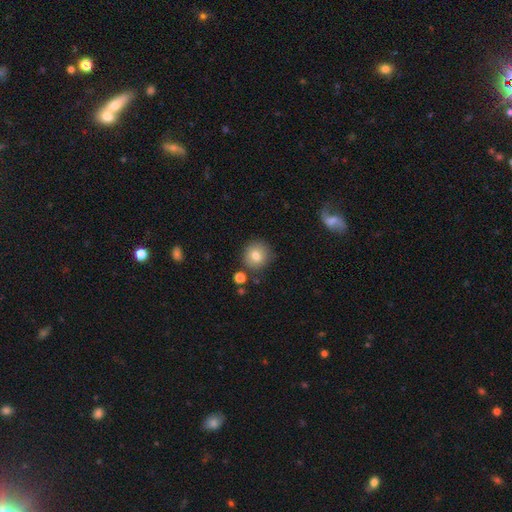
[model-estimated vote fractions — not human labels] Smooth or featured?
  - smooth: 79% *
  - featured or disk: 11%
  - star or artifact: 10%
How rounded?
  - round: 89% *
  - in between: 10%
  - cigar-shaped: 1%
Merging?
  - none: 82% *
  - minor disturbance: 10%
  - merger: 5%
  - major disturbance: 3%